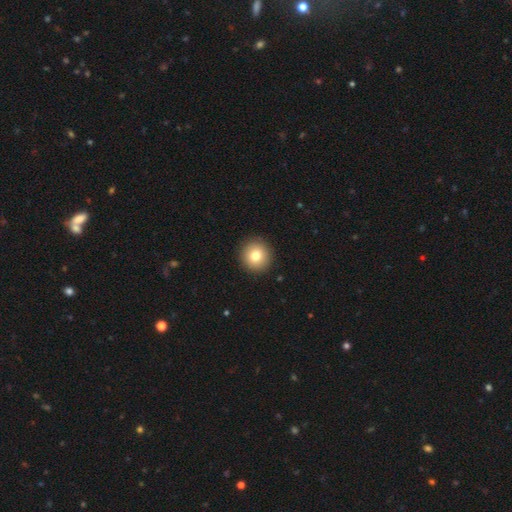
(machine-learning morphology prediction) type=smooth (79%); roundness=round (93%); merging=none (92%).